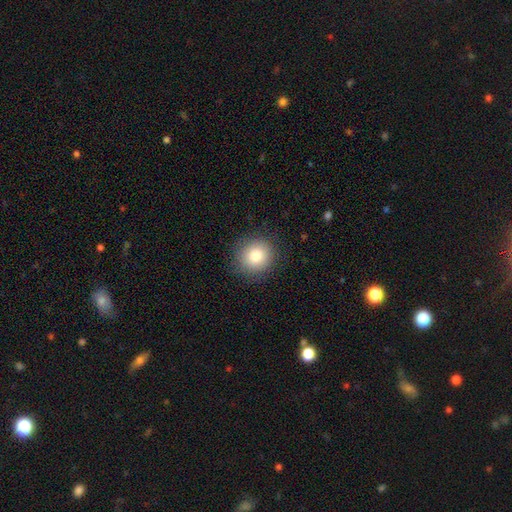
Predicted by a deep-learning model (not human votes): Smooth or featured? smooth (83%)
How rounded? round (87%)
Merging? none (88%)